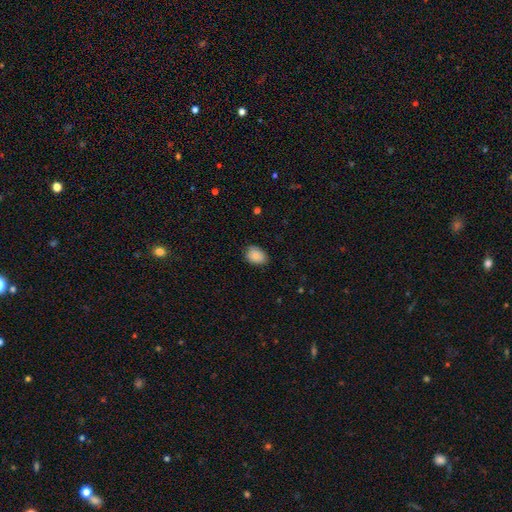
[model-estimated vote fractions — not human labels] This appears to be a smooth galaxy with no disk features (86%) that is in between round and cigar-shaped (74%). Merging: none (79%).